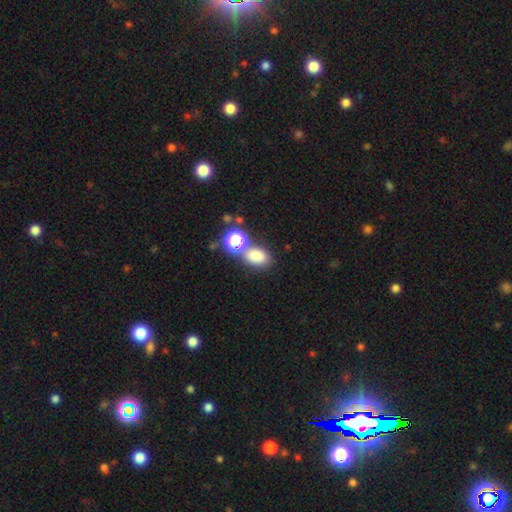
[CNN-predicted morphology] This appears to be a smooth galaxy with no disk features (77%) that is in between round and cigar-shaped (70%). Merging: none (59%).